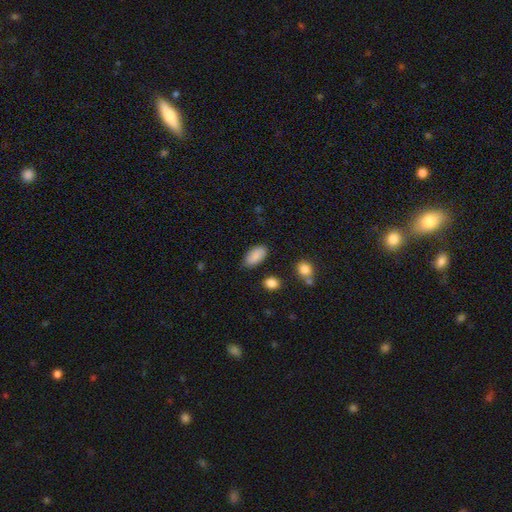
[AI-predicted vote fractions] A smooth galaxy with no disk features (89%) that is in between round and cigar-shaped (93%). Merging: none (83%).